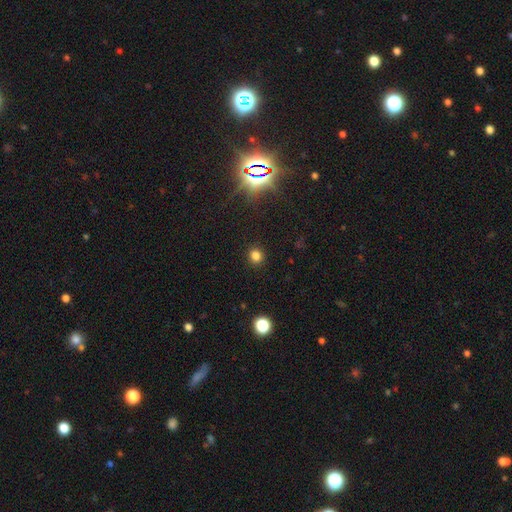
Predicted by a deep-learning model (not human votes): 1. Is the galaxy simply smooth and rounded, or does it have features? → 80% smooth, 16% star or artifact, 4% featured or disk.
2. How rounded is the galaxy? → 83% round, 16% in between, 1% cigar-shaped.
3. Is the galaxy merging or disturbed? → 90% none, 6% minor disturbance, 2% major disturbance, 1% merger.